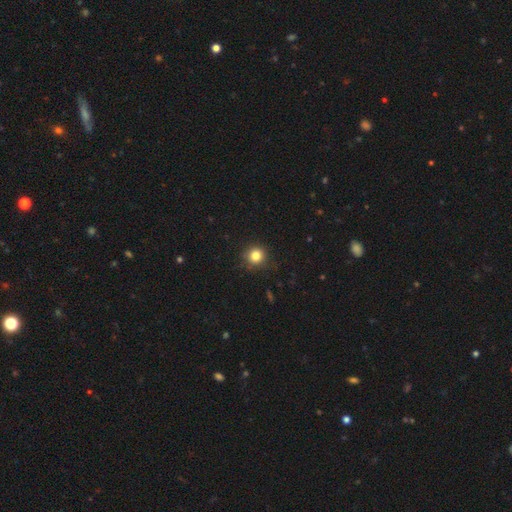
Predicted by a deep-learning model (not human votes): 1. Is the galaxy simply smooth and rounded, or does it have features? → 83% smooth, 12% star or artifact, 5% featured or disk.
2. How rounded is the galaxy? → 93% round, 6% in between, 1% cigar-shaped.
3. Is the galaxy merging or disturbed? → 87% none, 10% minor disturbance, 3% major disturbance, 1% merger.